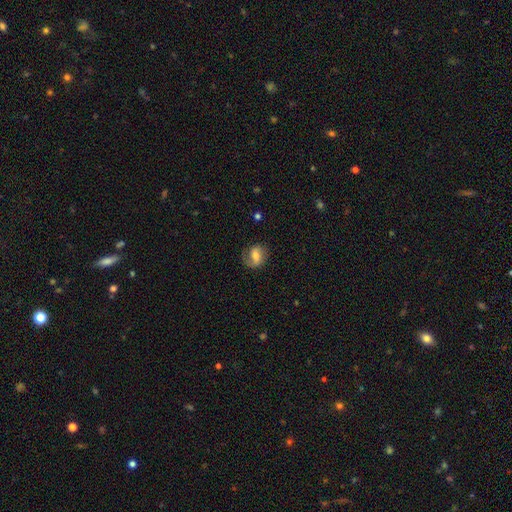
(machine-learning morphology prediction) A featured or disk galaxy (53%) with a weak bar (45%), spiral arms (83%) and a moderate central bulge (53%). Merging: none (64%).